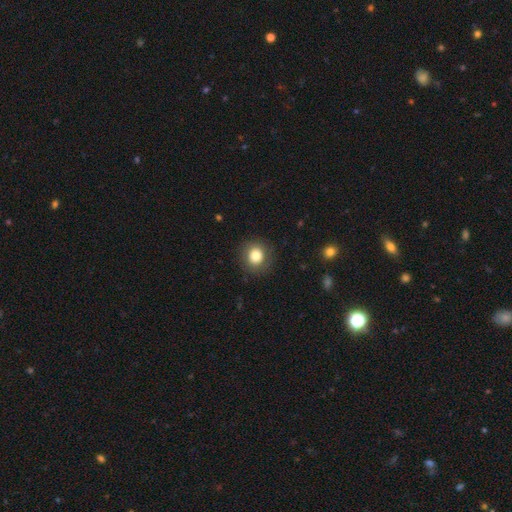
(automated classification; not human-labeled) Smooth or featured? Predicted: smooth (p=0.81). How rounded? Predicted: round (p=0.85). Merging? Predicted: none (p=0.87).